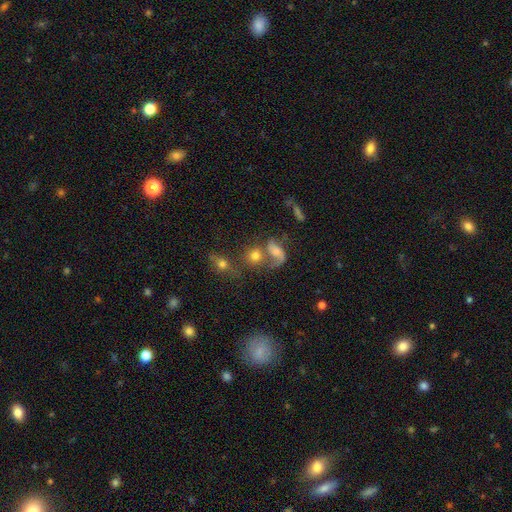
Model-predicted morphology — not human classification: A featured or disk galaxy (42%).

Vote fractions:
- Smooth or featured? featured or disk: 42% / smooth: 40% / star or artifact: 18%
- Merging? merger: 38% (tied) / none: 38% (tied) / minor disturbance: 13% / major disturbance: 12%